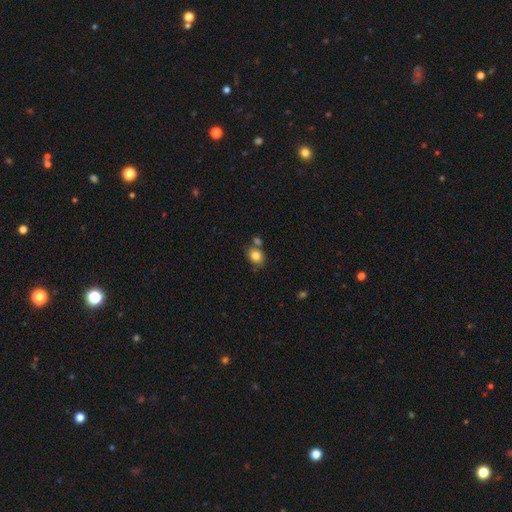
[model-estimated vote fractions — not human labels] Morphology: type=smooth (81%); roundness=round (51%); merging=none (63%).